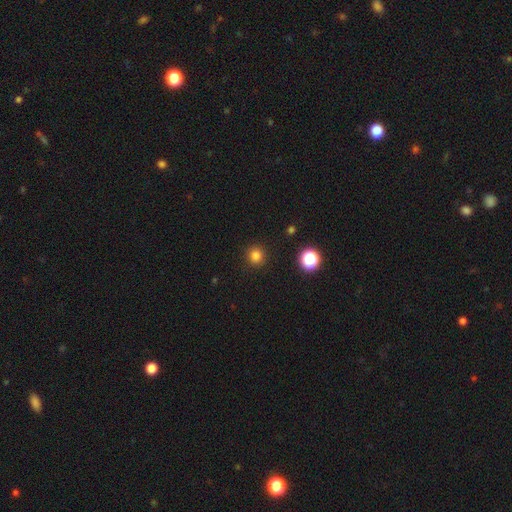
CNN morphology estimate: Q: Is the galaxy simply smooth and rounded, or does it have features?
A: smooth — 81%.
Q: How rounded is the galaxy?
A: round — 93%.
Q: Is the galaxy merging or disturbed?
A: none — 92%.